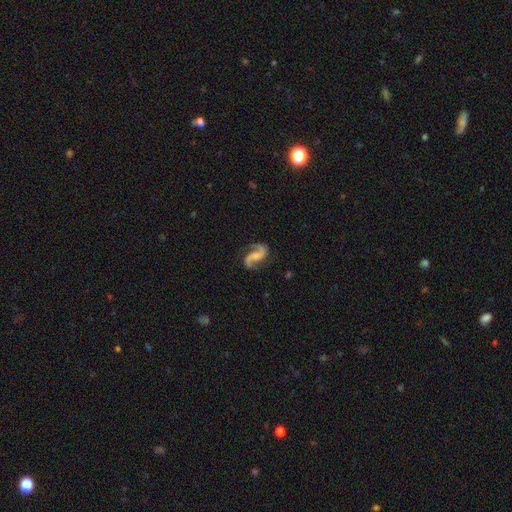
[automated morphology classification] Smooth or featured? featured or disk (90%)
Edge-on disk? no (98%)
Bar? no (50%)
Spiral arms? yes (98%)
Spiral winding? loose (46%)
Spiral arm count? 2 (94%)
Bulge size? none (37%)
Merging? none (77%)